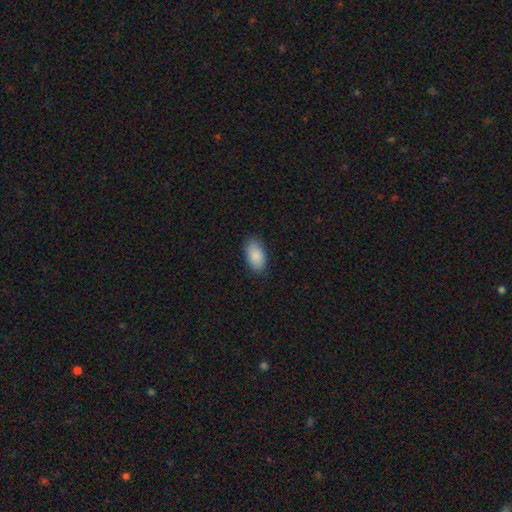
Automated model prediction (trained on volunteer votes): Smooth or featured? smooth (89%)
How rounded? in between (94%)
Merging? none (85%)